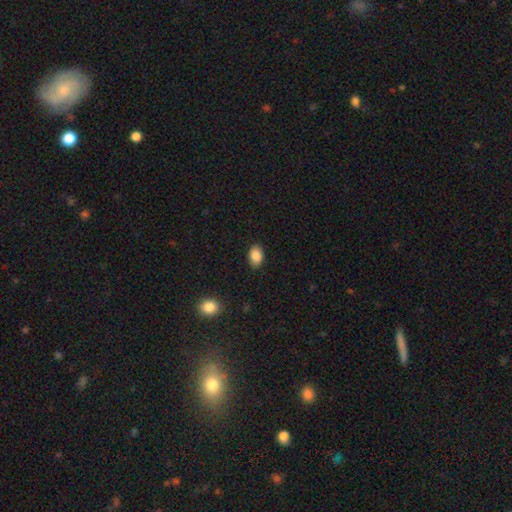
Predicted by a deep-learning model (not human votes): Q: Smooth or featured?
A: smooth (87%); runner-up: star or artifact (8%)
Q: How rounded?
A: in between (85%); runner-up: round (13%)
Q: Merging?
A: none (86%); runner-up: minor disturbance (10%)